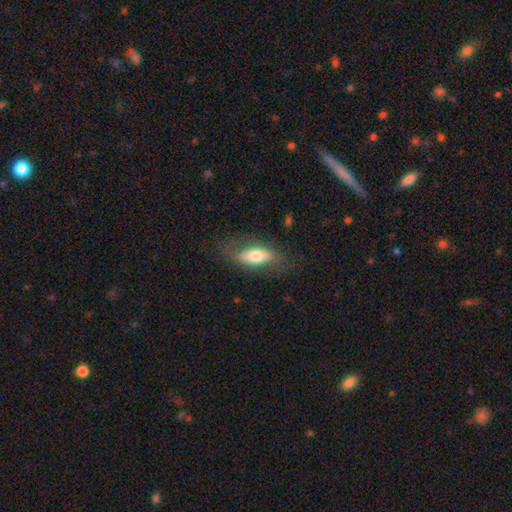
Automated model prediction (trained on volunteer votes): This appears to be a smooth galaxy with no disk features (65%) that is in between round and cigar-shaped (76%). Merging: none (72%).